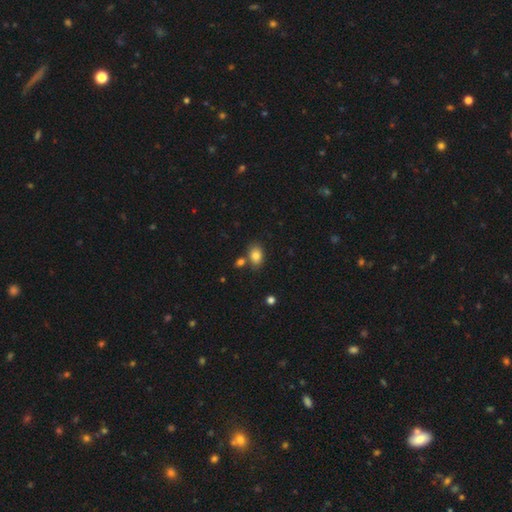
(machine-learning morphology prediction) type=smooth (82%); roundness=in between (77%); merging=none (71%).